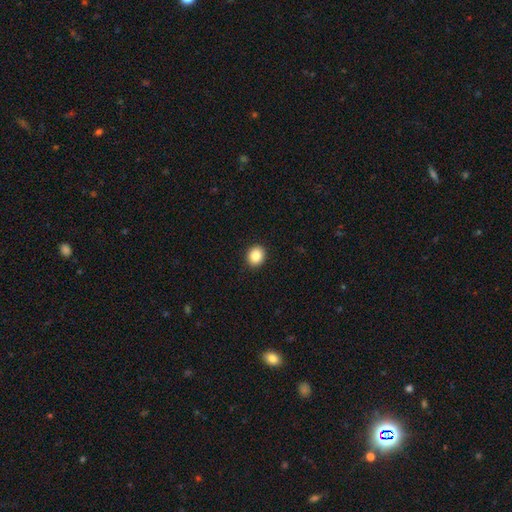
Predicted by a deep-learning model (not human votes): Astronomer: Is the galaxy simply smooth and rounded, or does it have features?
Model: smooth — 86%.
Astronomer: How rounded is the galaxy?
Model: round — 80%.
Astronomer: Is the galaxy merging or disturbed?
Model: none — 92%.